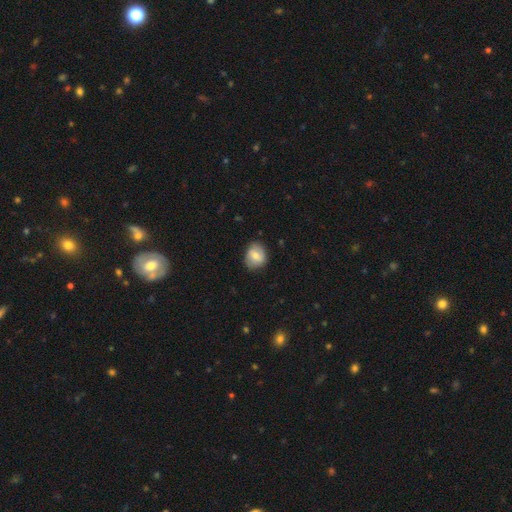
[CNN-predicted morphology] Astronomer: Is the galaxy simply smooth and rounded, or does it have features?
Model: smooth — 65%.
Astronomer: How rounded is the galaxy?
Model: round — 62% (runner-up: in between, 37%).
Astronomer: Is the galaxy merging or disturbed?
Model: none — 79%.